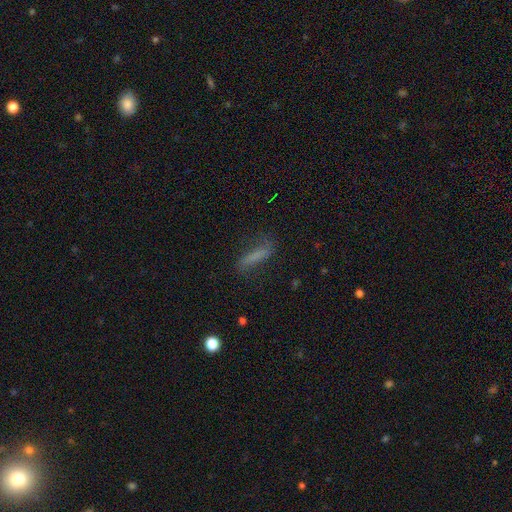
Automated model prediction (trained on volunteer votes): Q: Smooth or featured?
A: smooth (59%); runner-up: featured or disk (30%)
Q: How rounded?
A: cigar-shaped (75%); runner-up: in between (22%)
Q: Merging?
A: none (66%); runner-up: minor disturbance (20%)